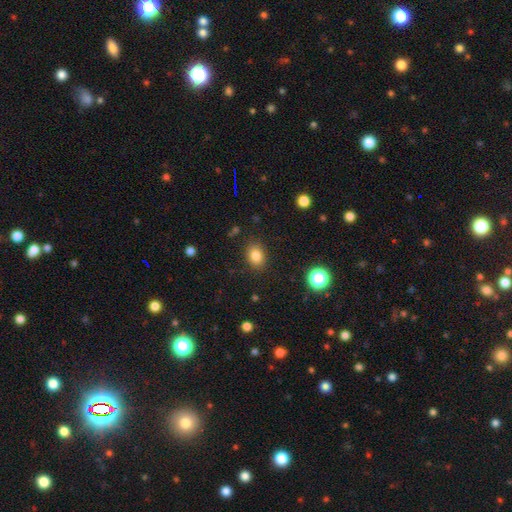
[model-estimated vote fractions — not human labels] This is clearly a smooth galaxy (83%). How rounded: possibly in between (58%). Merging: clearly none (86%).